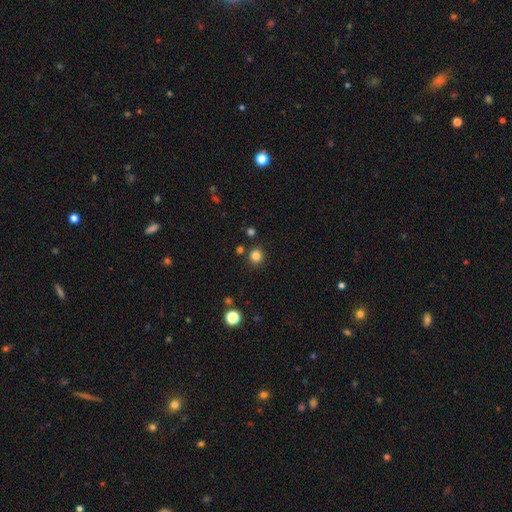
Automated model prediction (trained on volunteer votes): This appears to be a smooth galaxy with no disk features (83%) that is round (90%). Merging: none (86%).